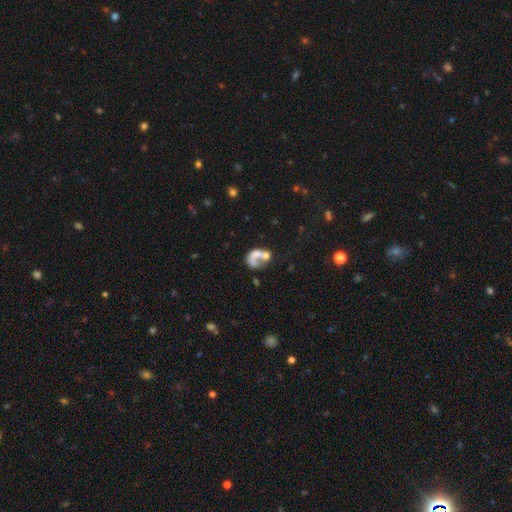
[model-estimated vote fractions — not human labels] Overall: featured or disk (45%; smooth 42%). Merging: merger (43%; major disturbance 26%).